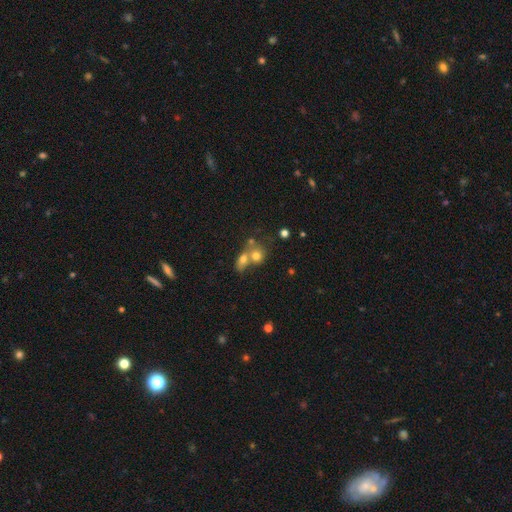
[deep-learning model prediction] A smooth galaxy with no disk features (69%) that is round (69%).

Vote fractions:
- Smooth or featured? smooth: 69% / featured or disk: 18% / star or artifact: 12%
- How rounded? round: 69% / in between: 29% / cigar-shaped: 2%
- Merging? merger: 61% / none: 26% / minor disturbance: 7% / major disturbance: 5%